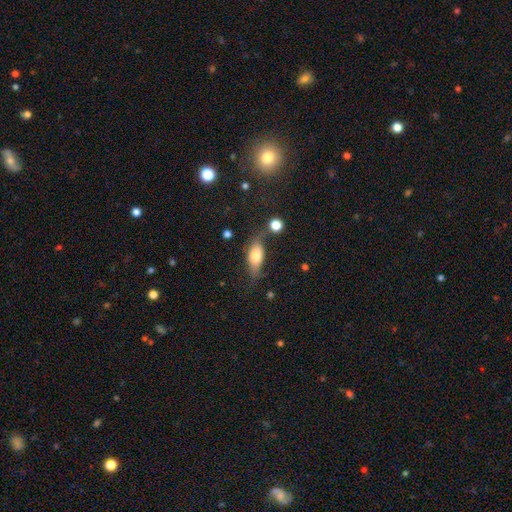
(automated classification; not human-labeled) smooth 69%, featured or disk 23%, star or artifact 8%. Down the decision tree: how rounded — in between (80%); merging — none (59%).